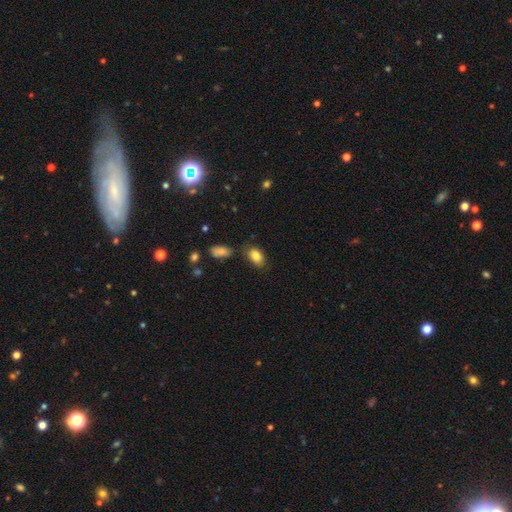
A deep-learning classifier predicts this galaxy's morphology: type=smooth (85%); roundness=in between (88%); merging=none (74%).